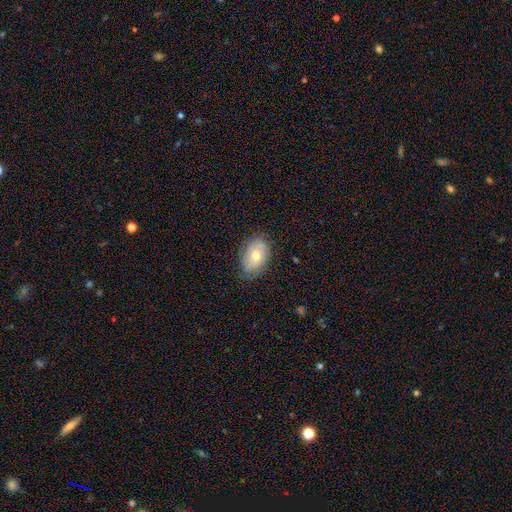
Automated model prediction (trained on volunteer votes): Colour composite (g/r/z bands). It shows a smooth galaxy with no disk features (51%) that is in between round and cigar-shaped (83%). Merging: none (72%).